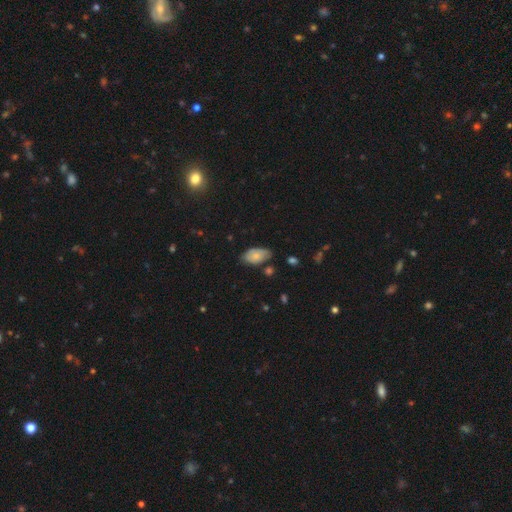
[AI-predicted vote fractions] smooth 75%, featured or disk 18%, star or artifact 8%. Down the decision tree: how rounded — in between (94%); merging — none (67%).